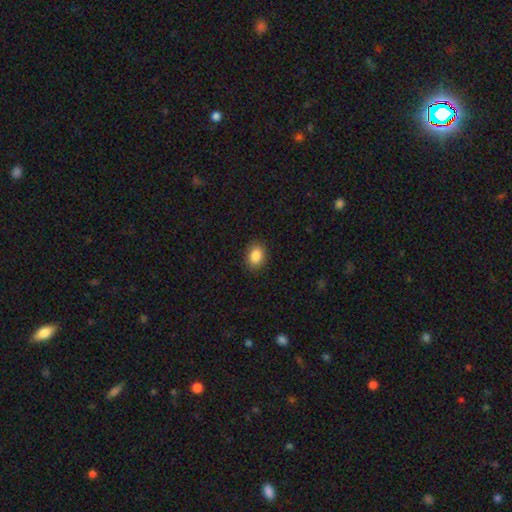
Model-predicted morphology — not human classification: smooth_or_featured: smooth (p=0.87) [alt: star or artifact p=0.08]
how_rounded: in between (p=0.68) [alt: round p=0.31]
merging: none (p=0.88) [alt: minor disturbance p=0.08]